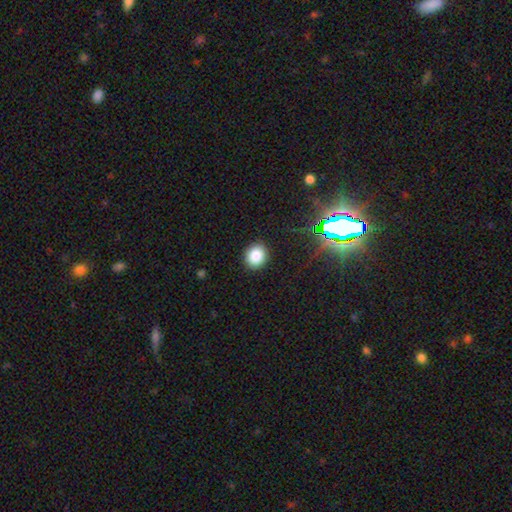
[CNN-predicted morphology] Smooth or featured: smooth — 83% (star or artifact — 12%)
How rounded: round — 70% (in between — 30%)
Merging: none — 90% (minor disturbance — 7%)